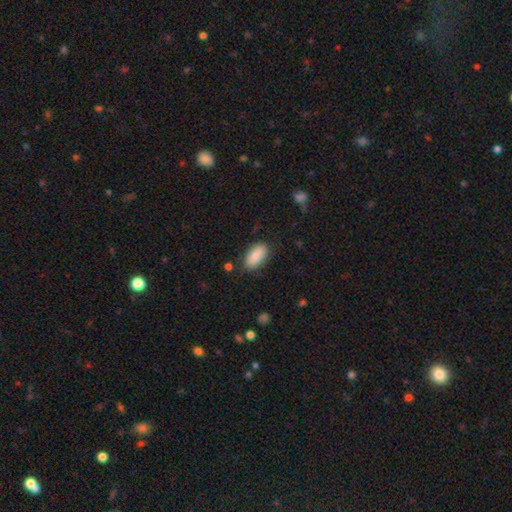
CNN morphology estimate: A smooth galaxy with no disk features (83%) that is in between round and cigar-shaped (93%).

Vote fractions:
- Smooth or featured? smooth: 83% / featured or disk: 10% / star or artifact: 7%
- How rounded? in between: 93% / round: 3% / cigar-shaped: 3%
- Merging? none: 82% / minor disturbance: 13% / major disturbance: 3% / merger: 2%